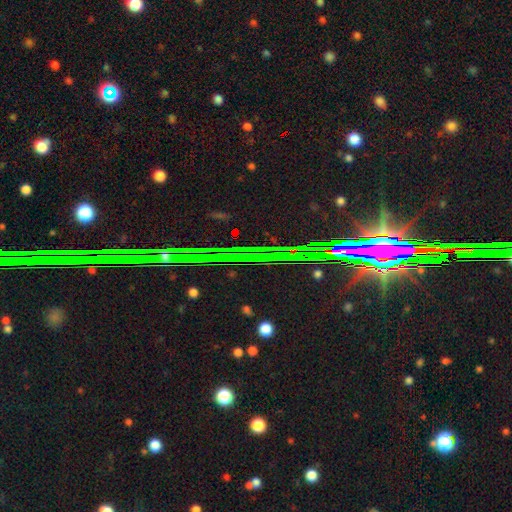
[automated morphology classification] Smooth or featured?
  - star or artifact: 83% *
  - featured or disk: 10%
  - smooth: 7%